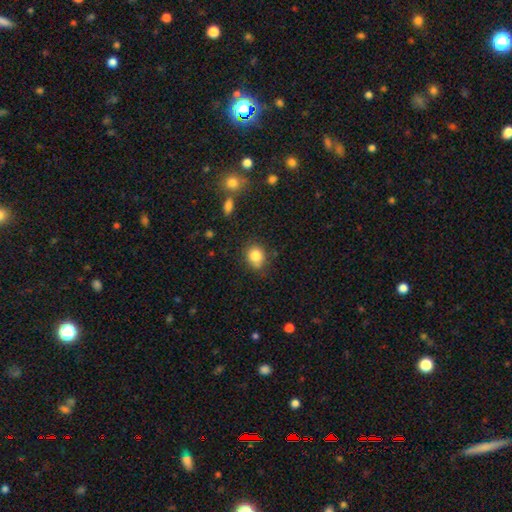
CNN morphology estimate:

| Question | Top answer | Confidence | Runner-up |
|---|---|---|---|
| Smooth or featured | smooth | 83% | star or artifact (10%) |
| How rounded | round | 65% | in between (34%) |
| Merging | none | 70% | minor disturbance (21%) |